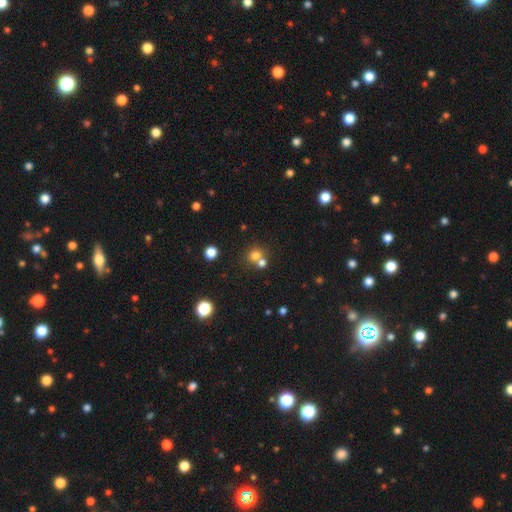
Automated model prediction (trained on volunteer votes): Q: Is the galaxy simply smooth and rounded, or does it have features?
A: smooth — 72%.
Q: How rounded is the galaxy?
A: round — 80%.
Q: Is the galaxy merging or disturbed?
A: none — 51%.